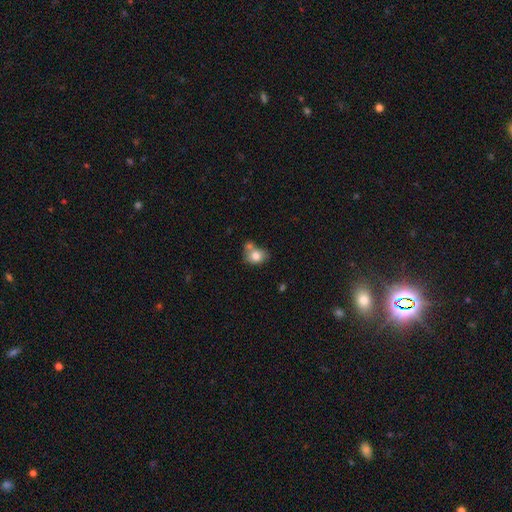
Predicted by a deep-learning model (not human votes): Q: Smooth or featured?
A: smooth (79%); runner-up: featured or disk (13%)
Q: How rounded?
A: round (54%); runner-up: in between (45%)
Q: Merging?
A: none (43%); runner-up: merger (35%)